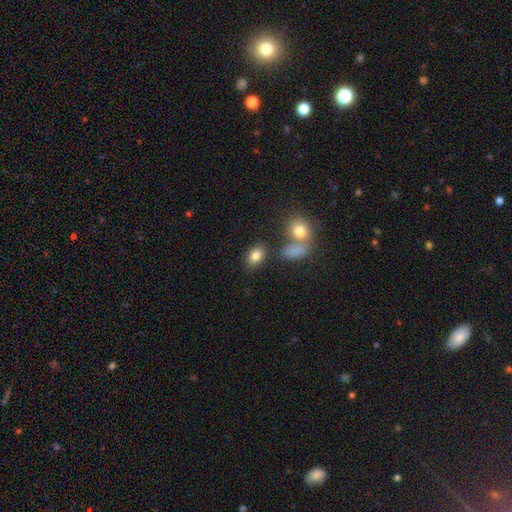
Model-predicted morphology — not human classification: smooth 82%, star or artifact 9%, featured or disk 8%. Down the decision tree: how rounded — in between (79%); merging — none (72%).